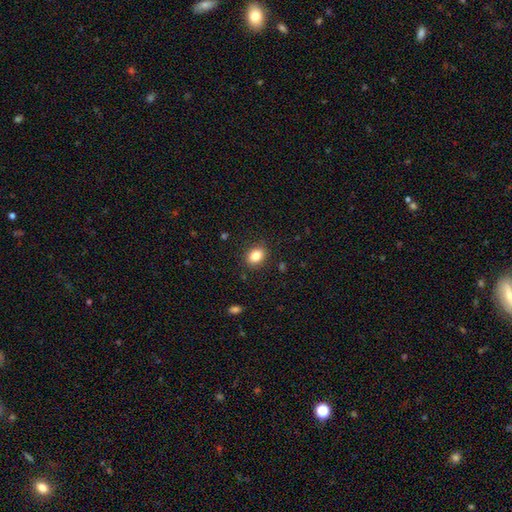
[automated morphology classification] type=smooth (84%); roundness=in between (62%); merging=none (87%).